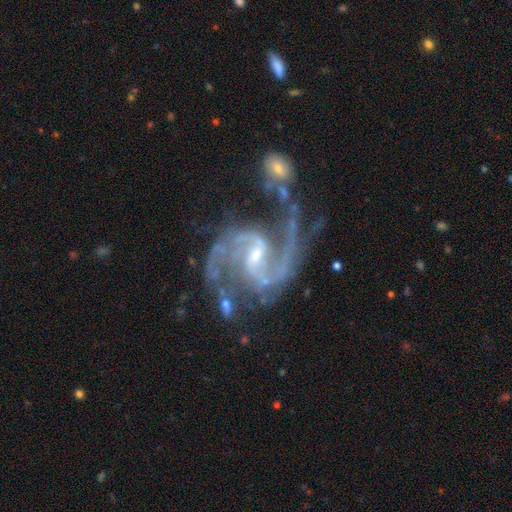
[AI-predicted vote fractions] This appears to be a featured or disk galaxy (93%) with a weak bar (48%), 2 (88%) medium (55%) spiral arms (98%) and a small central bulge (69%). Merging: none (47%).